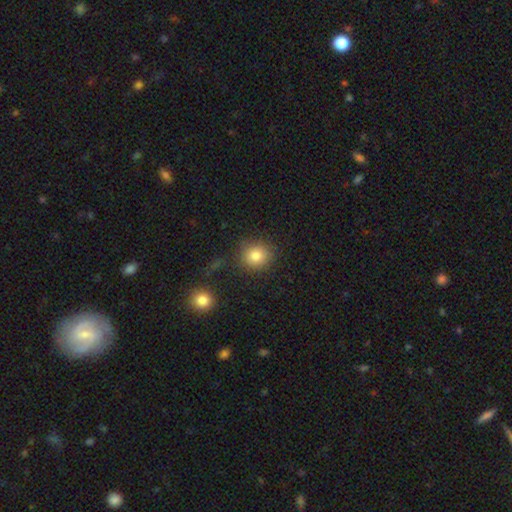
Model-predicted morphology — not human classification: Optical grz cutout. It shows a smooth galaxy with no disk features (83%) that is round (83%). Merging: none (84%).